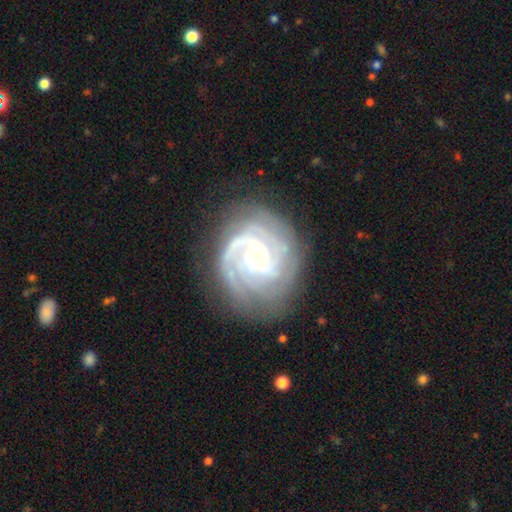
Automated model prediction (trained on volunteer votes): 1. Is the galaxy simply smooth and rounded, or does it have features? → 89% featured or disk, 6% smooth, 5% star or artifact.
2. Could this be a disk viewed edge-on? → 98% no, 2% yes.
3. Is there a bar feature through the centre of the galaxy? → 68% no, 25% weak, 7% strong.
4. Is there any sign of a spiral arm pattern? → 98% yes, 2% no.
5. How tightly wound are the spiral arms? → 71% tight, 25% medium, 4% loose.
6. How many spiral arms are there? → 31% 3, 21% can't tell, 18% 2, 16% 4, 7% more than 4, 6% 1.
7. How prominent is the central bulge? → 73% small, 23% moderate, 2% large, 2% none, 1% dominant.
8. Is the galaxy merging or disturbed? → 75% none, 17% minor disturbance, 7% major disturbance, 1% merger.